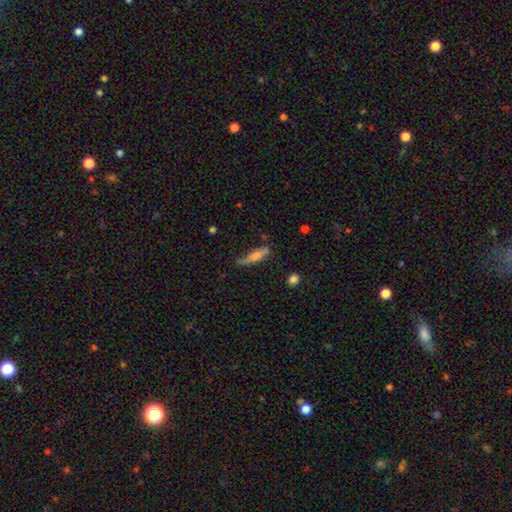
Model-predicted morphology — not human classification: smooth 57%, featured or disk 37%, star or artifact 7%. Down the decision tree: how rounded — cigar-shaped (79%); merging — none (65%).